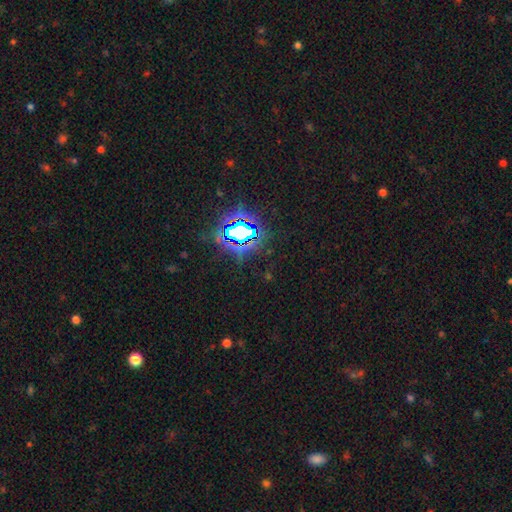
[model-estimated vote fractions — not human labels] Overall: star or artifact (84%).